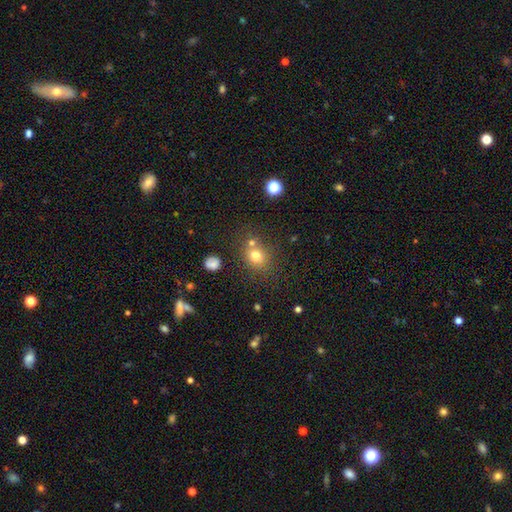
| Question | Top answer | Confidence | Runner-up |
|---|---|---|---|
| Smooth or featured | smooth | 82% | featured or disk (10%) |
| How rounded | round | 66% | in between (34%) |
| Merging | none | 64% | merger (19%) |